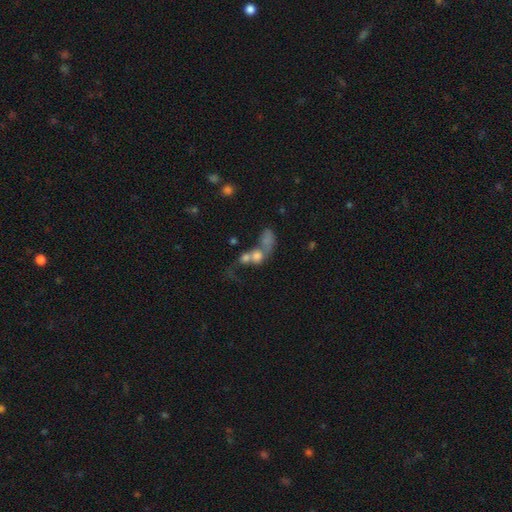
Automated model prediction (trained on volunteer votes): Overall: smooth (51%; featured or disk 33%). How rounded: in between (48%; round 47%). Merging: merger (68%).